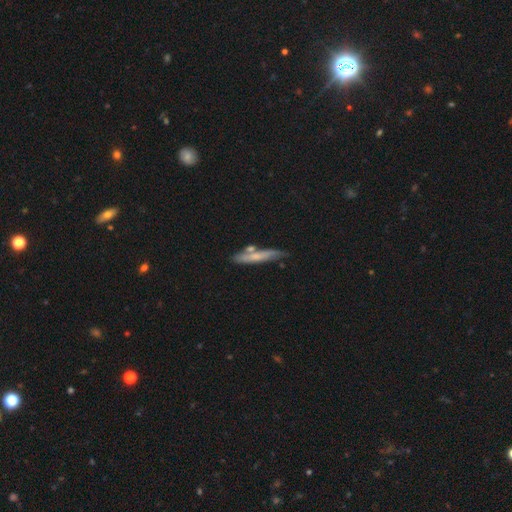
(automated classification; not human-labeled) Smooth or featured? smooth (58%)
How rounded? cigar-shaped (88%)
Merging? none (66%)